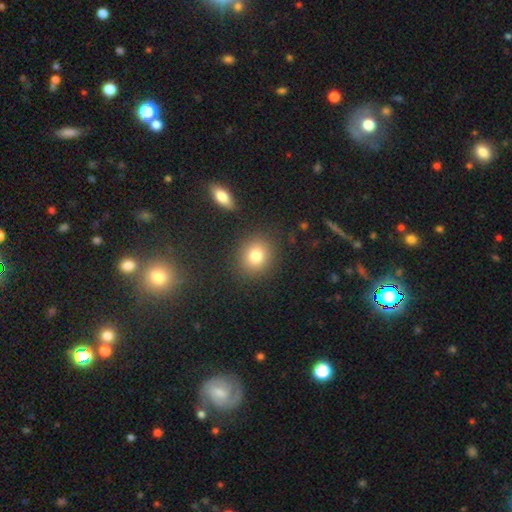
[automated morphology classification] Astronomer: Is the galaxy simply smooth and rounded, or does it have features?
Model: smooth — 80%.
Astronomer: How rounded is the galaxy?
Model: round — 73%.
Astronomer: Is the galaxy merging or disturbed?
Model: none — 86%.